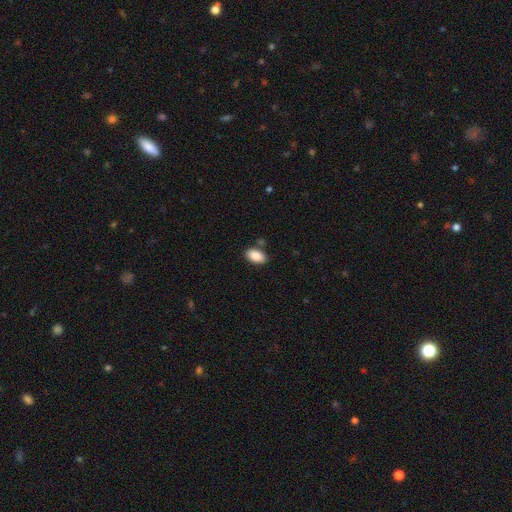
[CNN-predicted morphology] This is clearly a smooth galaxy (88%). How rounded: clearly in between (94%). Merging: clearly none (80%).